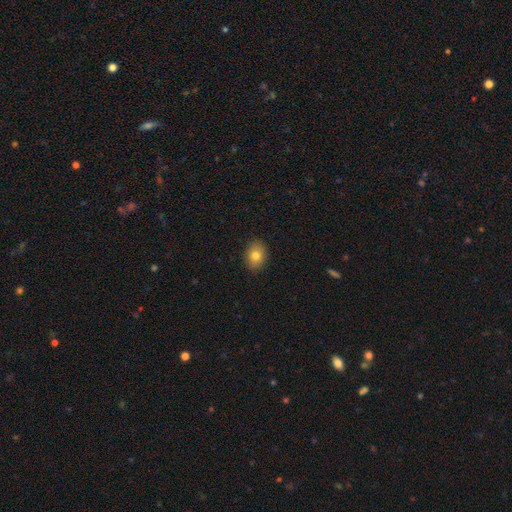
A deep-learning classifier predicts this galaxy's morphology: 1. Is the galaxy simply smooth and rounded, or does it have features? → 79% smooth, 11% featured or disk, 9% star or artifact.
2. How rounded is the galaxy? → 56% in between, 43% round, 1% cigar-shaped.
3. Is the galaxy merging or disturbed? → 89% none, 8% minor disturbance, 2% major disturbance, 1% merger.